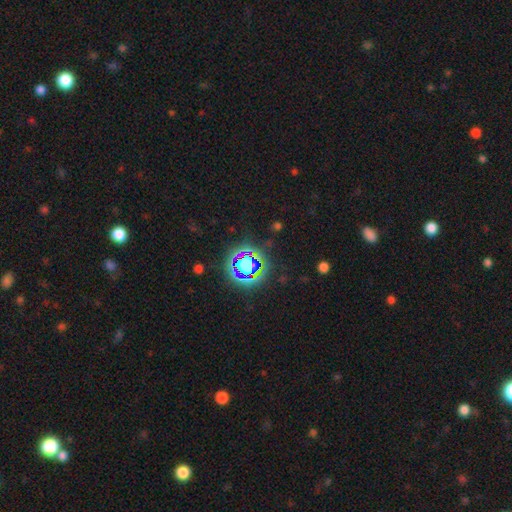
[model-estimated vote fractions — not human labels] Smooth or featured: star or artifact — 80% (smooth — 13%)